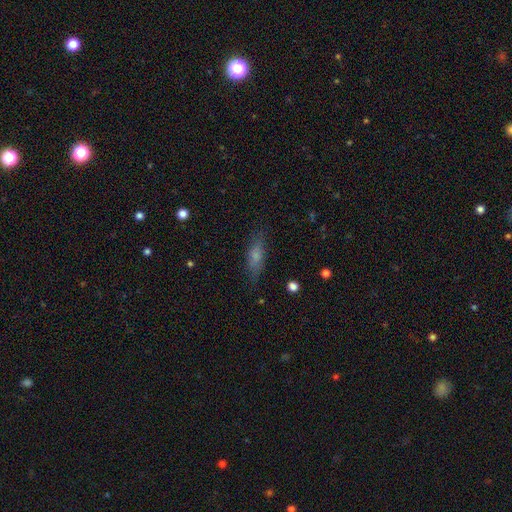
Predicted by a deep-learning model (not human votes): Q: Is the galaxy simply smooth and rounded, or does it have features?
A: smooth — 63%.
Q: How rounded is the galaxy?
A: cigar-shaped — 51%.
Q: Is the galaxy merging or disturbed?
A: none — 79%.